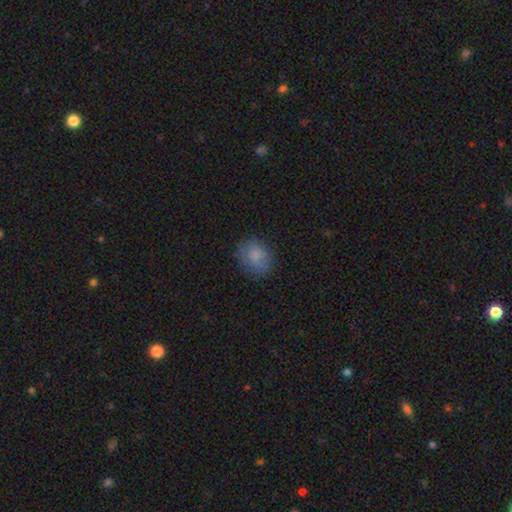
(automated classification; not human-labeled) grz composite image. It shows a smooth galaxy with no disk features (77%) that is round (51%). Merging: none (74%).